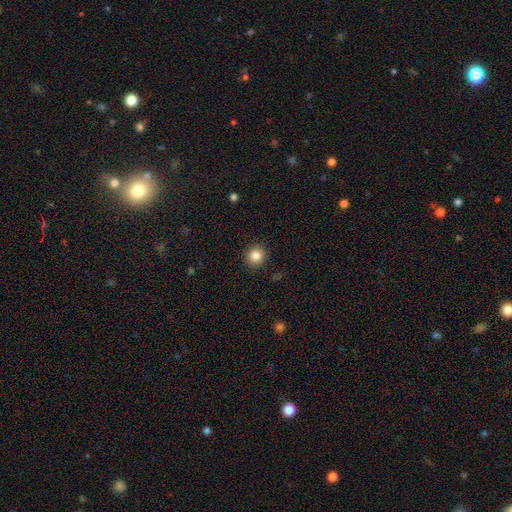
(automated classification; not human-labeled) The model was most divided on "smooth or featured": smooth: 86%, star or artifact: 10%, featured or disk: 4%. More confident: merging — none (91%); how rounded — round (89%).